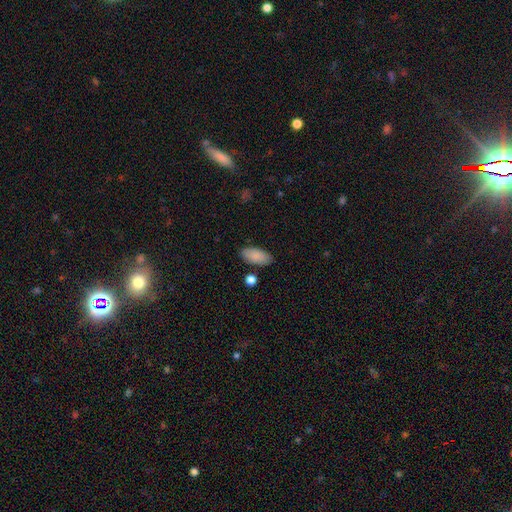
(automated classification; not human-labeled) smooth-or-featured: smooth: 87% | star or artifact: 6% | featured or disk: 6%
  how-rounded: in between: 92% | cigar-shaped: 6% | round: 2%
  merging: none: 84% | minor disturbance: 10% | merger: 3% | major disturbance: 2%